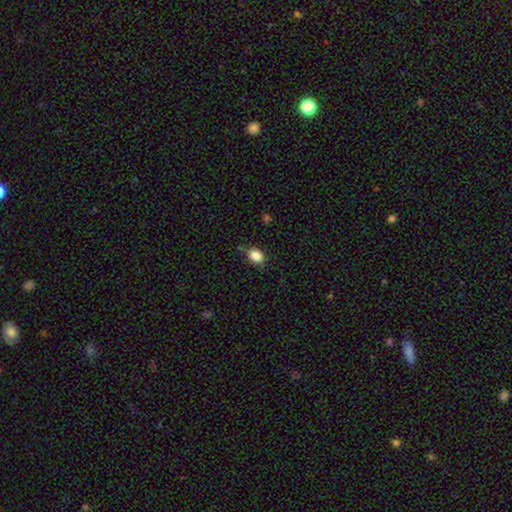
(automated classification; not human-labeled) Smooth or featured?
  - smooth: 86% *
  - star or artifact: 9%
  - featured or disk: 4%
How rounded?
  - in between: 70% *
  - round: 29%
  - cigar-shaped: 1%
Merging?
  - none: 76% *
  - minor disturbance: 17%
  - major disturbance: 4%
  - merger: 3%